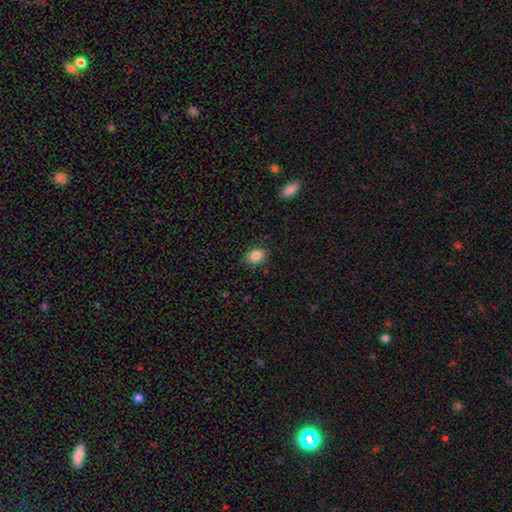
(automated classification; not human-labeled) Smooth or featured? Predicted: smooth (p=0.85). How rounded? Predicted: in between (p=0.61). Merging? Predicted: none (p=0.86).